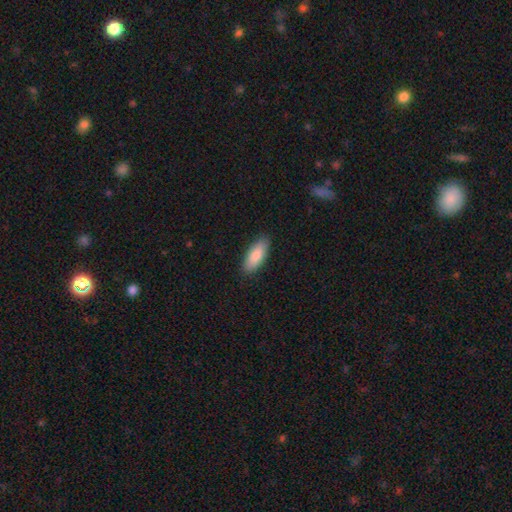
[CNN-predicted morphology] smooth-or-featured: smooth: 86% | featured or disk: 8% | star or artifact: 5%
  how-rounded: in between: 74% | cigar-shaped: 25% | round: 2%
  merging: none: 88% | minor disturbance: 9% | major disturbance: 2% | merger: 1%